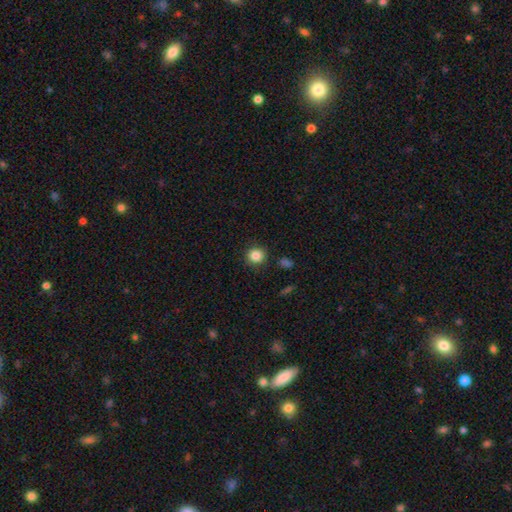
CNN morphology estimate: Smooth or featured? smooth (85%)
How rounded? round (90%)
Merging? none (90%)